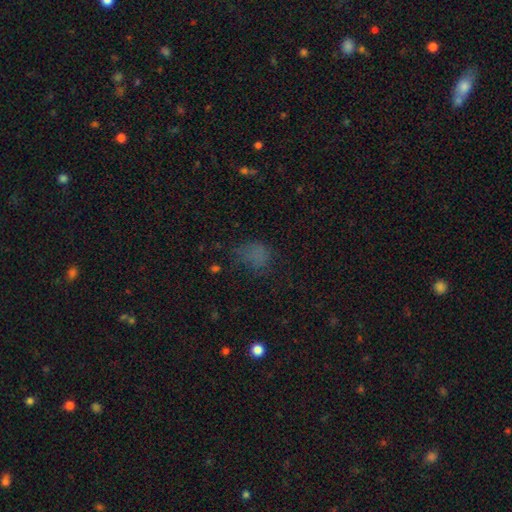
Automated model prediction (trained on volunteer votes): Morphology: type=smooth (61%); roundness=in between (57%); merging=none (45%).